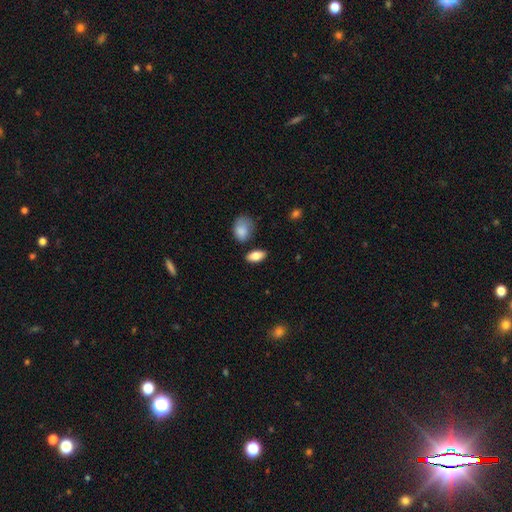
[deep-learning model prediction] smooth-or-featured: smooth: 83% | featured or disk: 10% | star or artifact: 7%
  how-rounded: in between: 90% | cigar-shaped: 5% | round: 4%
  merging: none: 81% | minor disturbance: 12% | merger: 4% | major disturbance: 3%